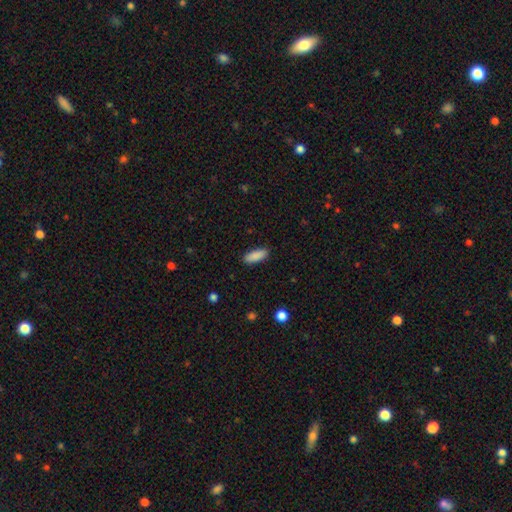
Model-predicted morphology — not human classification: The model was most divided on "how rounded": in between: 75%, cigar-shaped: 23%, round: 2%. More confident: smooth or featured — smooth (89%); merging — none (89%).